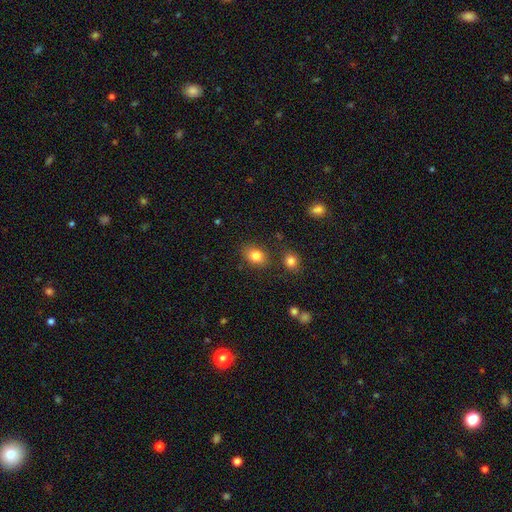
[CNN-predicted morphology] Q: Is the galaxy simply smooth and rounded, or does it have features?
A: smooth — 82%.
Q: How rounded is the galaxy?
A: in between — 67%.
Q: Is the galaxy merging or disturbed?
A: none — 79%.